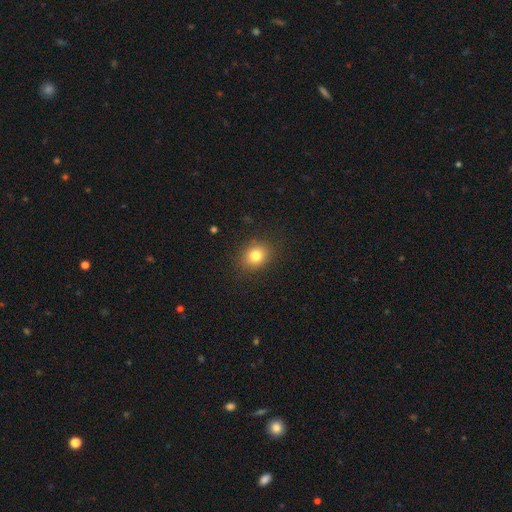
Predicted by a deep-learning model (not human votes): A smooth galaxy with no disk features (80%) that is round (67%).

Vote fractions:
- Smooth or featured? smooth: 80% / star or artifact: 12% / featured or disk: 8%
- How rounded? round: 67% / in between: 32% / cigar-shaped: 1%
- Merging? none: 87% / minor disturbance: 9% / major disturbance: 3% / merger: 1%